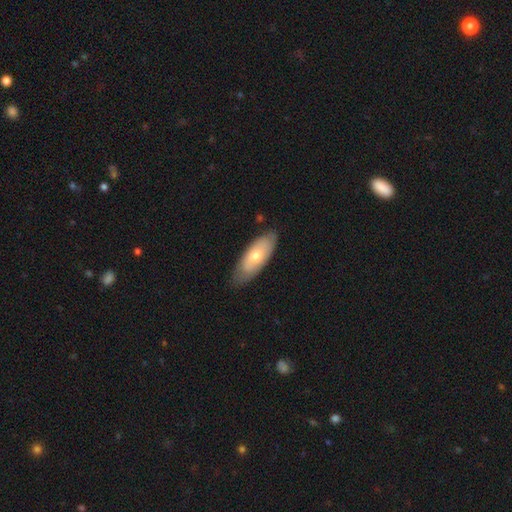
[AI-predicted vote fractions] A smooth galaxy with no disk features (60%) that is in between round and cigar-shaped (79%).

Vote fractions:
- Smooth or featured? smooth: 60% / featured or disk: 35% / star or artifact: 5%
- How rounded? in between: 79% / cigar-shaped: 19% / round: 2%
- Merging? none: 74% / minor disturbance: 21% / major disturbance: 3% / merger: 1%